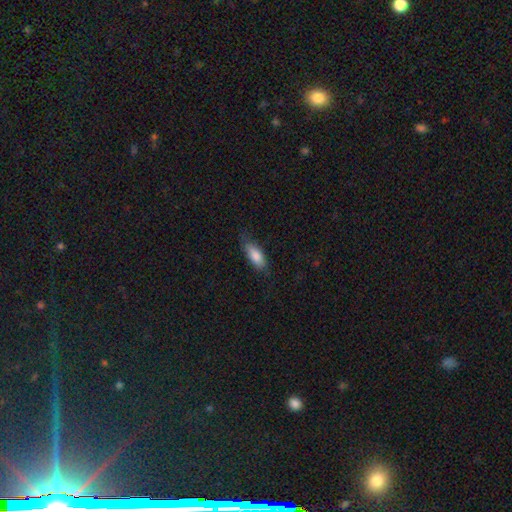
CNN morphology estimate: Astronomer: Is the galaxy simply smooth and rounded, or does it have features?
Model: smooth — 83%.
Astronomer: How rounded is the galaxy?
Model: in between — 78%.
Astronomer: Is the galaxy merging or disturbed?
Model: none — 70%.